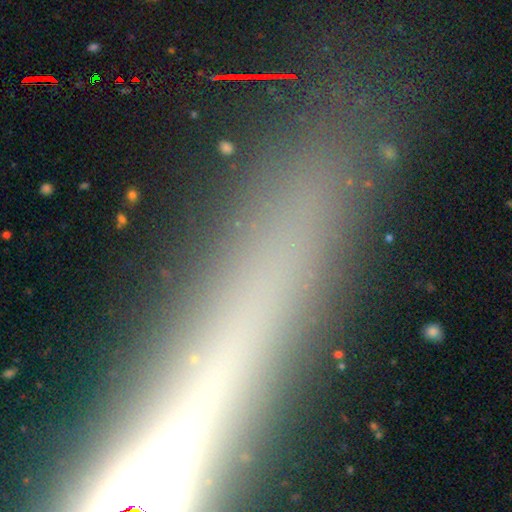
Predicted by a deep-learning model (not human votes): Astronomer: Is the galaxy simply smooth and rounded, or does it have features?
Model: smooth — 36% (runner-up: star or artifact, 34%).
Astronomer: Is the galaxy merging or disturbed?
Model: none — 84%.